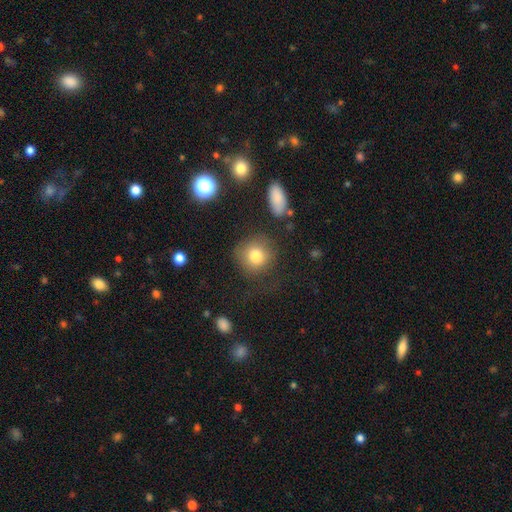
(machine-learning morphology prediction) Smooth or featured? smooth (78%)
How rounded? round (86%)
Merging? none (66%)